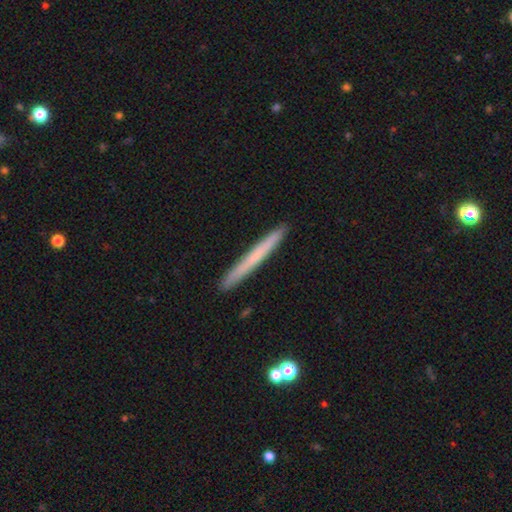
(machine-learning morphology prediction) Smooth or featured?
  - smooth: 57% *
  - featured or disk: 36%
  - star or artifact: 6%
How rounded?
  - cigar-shaped: 97% *
  - in between: 1%
  - round: 1%
Merging?
  - none: 93% *
  - minor disturbance: 5%
  - merger: 1%
  - major disturbance: 1%